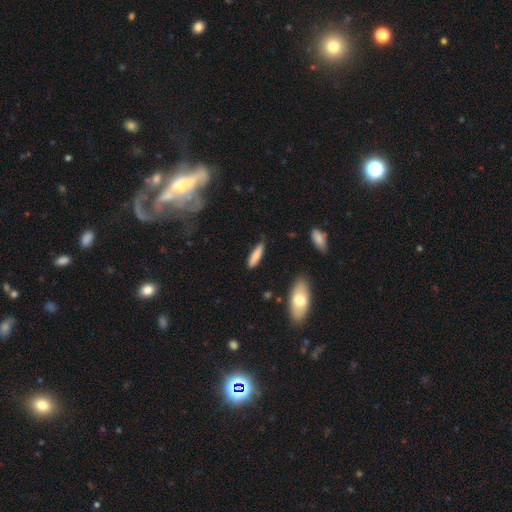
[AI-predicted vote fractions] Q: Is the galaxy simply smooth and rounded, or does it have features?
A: smooth — 82%.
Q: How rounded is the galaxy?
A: cigar-shaped — 73%.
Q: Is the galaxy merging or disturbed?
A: none — 80%.